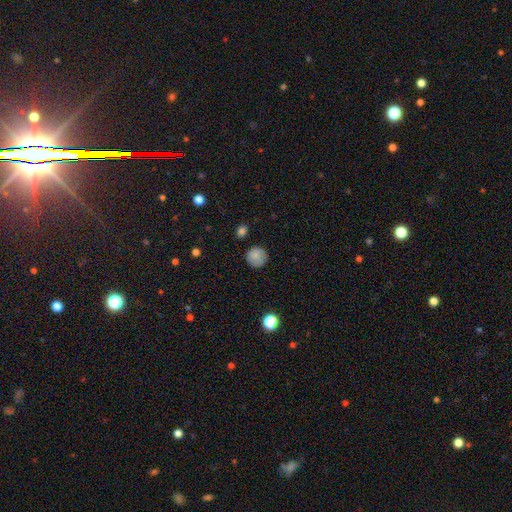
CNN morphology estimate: Overall: smooth (81%). How rounded: round (92%). Merging: none (81%).